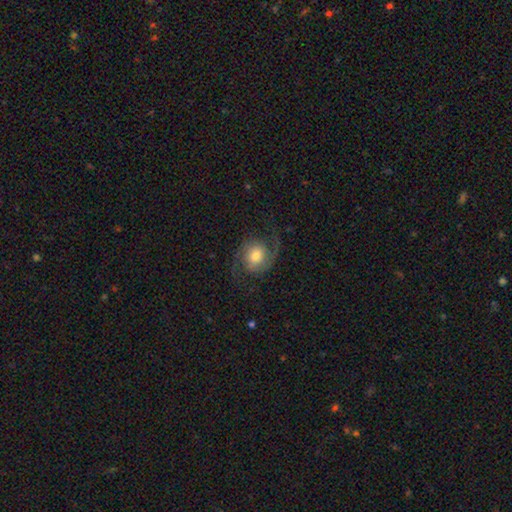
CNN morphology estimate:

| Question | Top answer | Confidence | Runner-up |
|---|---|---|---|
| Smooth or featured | featured or disk | 82% | smooth (12%) |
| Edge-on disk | no | 98% | yes (2%) |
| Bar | no | 62% | weak (31%) |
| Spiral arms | yes | 97% | no (3%) |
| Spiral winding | medium | 50% | loose (37%) |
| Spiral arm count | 2 | 93% | can't tell (2%) |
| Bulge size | moderate | 54% | large (23%) |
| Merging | none | 75% | minor disturbance (14%) |